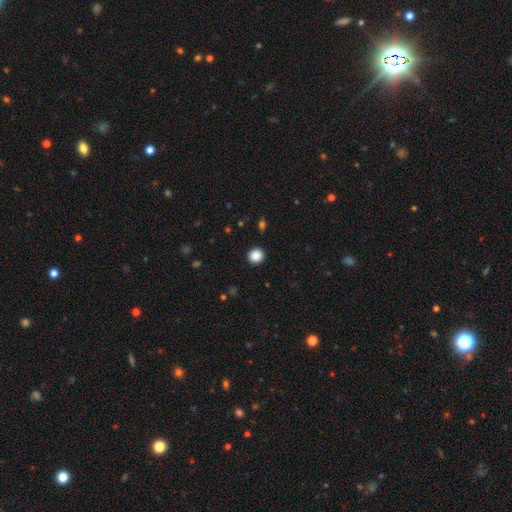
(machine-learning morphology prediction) Smooth or featured?
  - smooth: 88% *
  - star or artifact: 10%
  - featured or disk: 3%
How rounded?
  - round: 92% *
  - in between: 7%
  - cigar-shaped: 1%
Merging?
  - none: 92% *
  - minor disturbance: 5%
  - major disturbance: 2%
  - merger: 1%